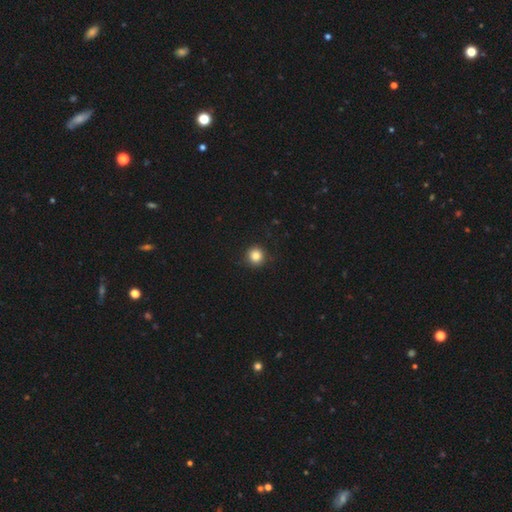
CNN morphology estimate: Smooth or featured?
  - smooth: 85% *
  - star or artifact: 11%
  - featured or disk: 4%
How rounded?
  - round: 94% *
  - in between: 5%
  - cigar-shaped: 1%
Merging?
  - none: 89% *
  - minor disturbance: 8%
  - major disturbance: 2%
  - merger: 1%